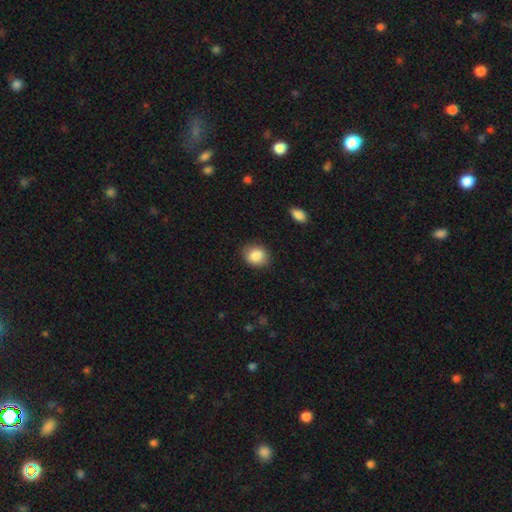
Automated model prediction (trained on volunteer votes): A smooth galaxy with no disk features (87%) that is round (60%). Merging: none (82%).